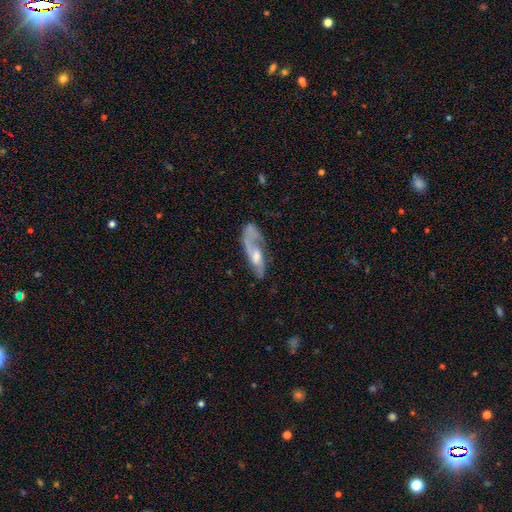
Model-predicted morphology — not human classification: This appears to be a featured or disk galaxy (73%) with no bar (60%), spiral arms (84%) and a moderate central bulge (58%). Merging: none (45%).